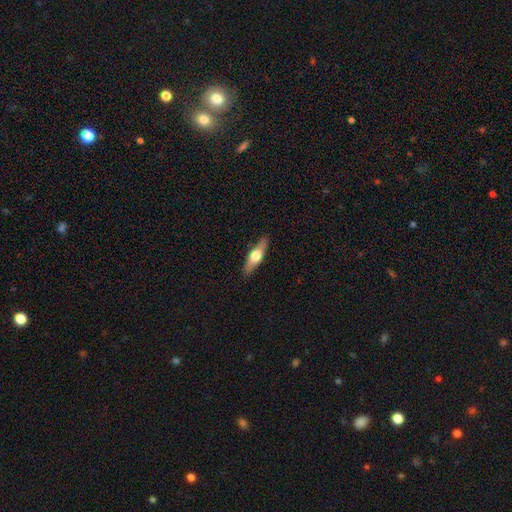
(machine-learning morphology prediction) type=smooth (48%); merging=none (88%).